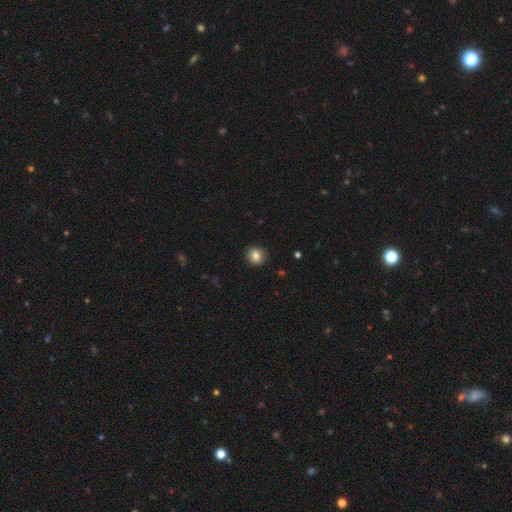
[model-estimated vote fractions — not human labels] The model was most divided on "how rounded": round: 83%, in between: 16%, cigar-shaped: 1%. More confident: merging — none (90%); smooth or featured — smooth (84%).